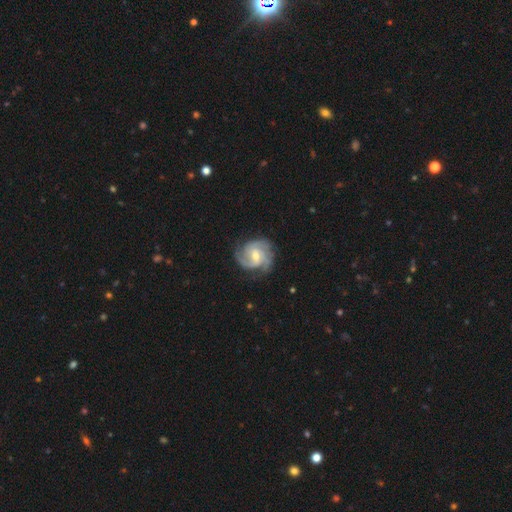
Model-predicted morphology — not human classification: Smooth or featured? Predicted: featured or disk (p=0.89). Edge-on disk? Predicted: no (p=0.98). Bar? Predicted: weak (p=0.53). Spiral arms? Predicted: yes (p=0.98). Spiral winding? Predicted: tight (p=0.52). Spiral arm count? Predicted: 3 (p=0.45). Bulge size? Predicted: moderate (p=0.57). Merging? Predicted: none (p=0.74).